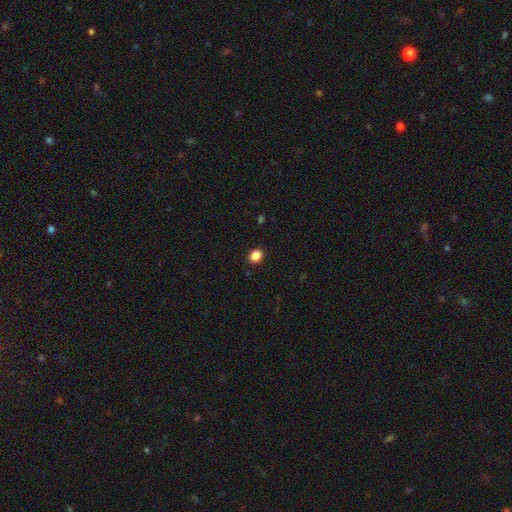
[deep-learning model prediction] Smooth or featured? smooth (87%)
How rounded? in between (55%)
Merging? none (90%)